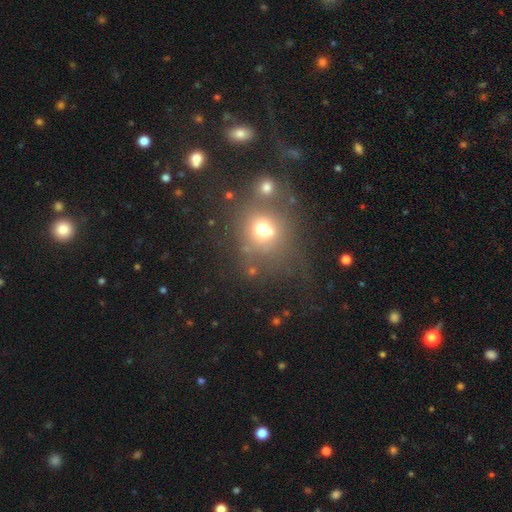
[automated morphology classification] A smooth galaxy with no disk features (58%) that is round (80%).

Vote fractions:
- Smooth or featured? smooth: 58% / star or artifact: 29% / featured or disk: 13%
- How rounded? round: 80% / in between: 19% / cigar-shaped: 1%
- Merging? none: 63% / minor disturbance: 16% / merger: 12% / major disturbance: 10%